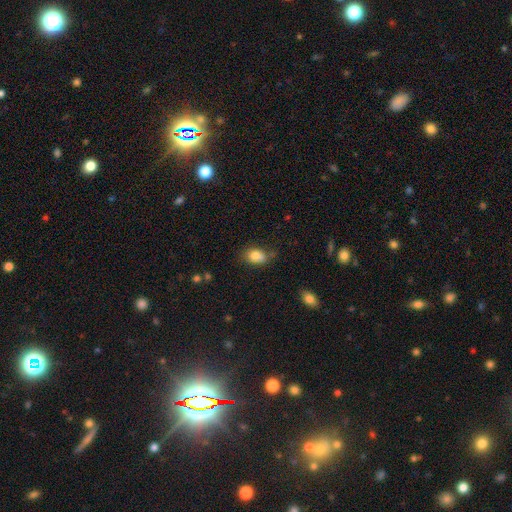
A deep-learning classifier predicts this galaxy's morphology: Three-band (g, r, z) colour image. It shows a smooth galaxy with no disk features (83%) that is in between round and cigar-shaped (76%). Merging: none (62%).